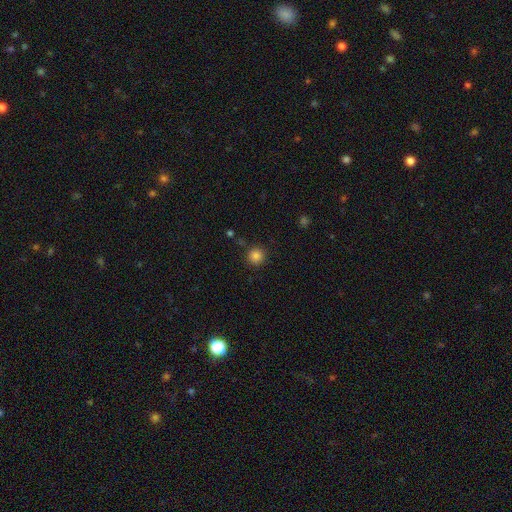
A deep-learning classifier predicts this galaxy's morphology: Smooth or featured? Predicted: smooth (p=0.84). How rounded? Predicted: round (p=0.94). Merging? Predicted: none (p=0.87).